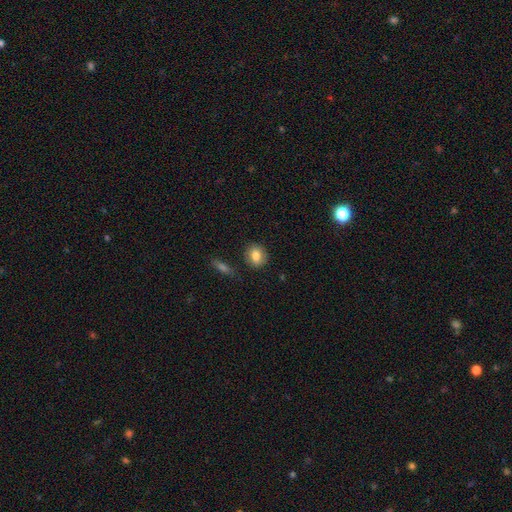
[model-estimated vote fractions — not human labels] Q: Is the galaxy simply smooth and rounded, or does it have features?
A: smooth — 83%.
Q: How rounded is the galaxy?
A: round — 64%.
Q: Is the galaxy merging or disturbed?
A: none — 86%.